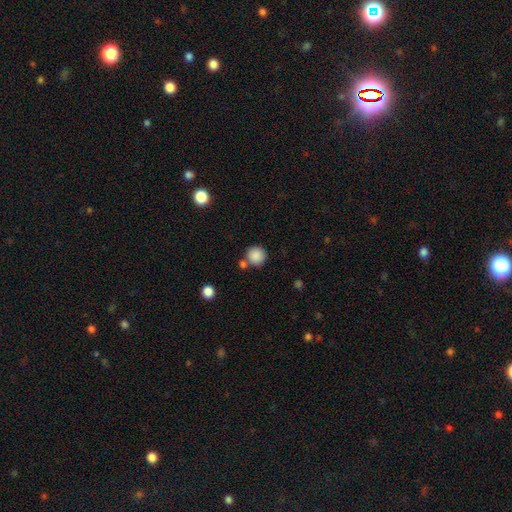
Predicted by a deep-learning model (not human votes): A smooth galaxy with no disk features (87%) that is round (94%).

Vote fractions:
- Smooth or featured? smooth: 87% / star or artifact: 9% / featured or disk: 4%
- How rounded? round: 94% / in between: 5% / cigar-shaped: 1%
- Merging? none: 74% / merger: 13% / minor disturbance: 9% / major disturbance: 3%